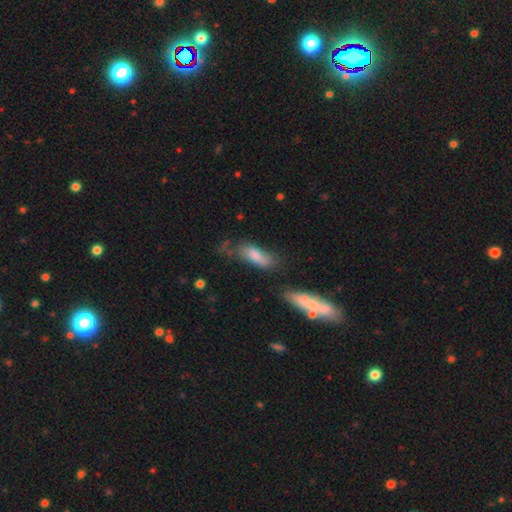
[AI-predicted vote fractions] smooth 76%, featured or disk 16%, star or artifact 7%. Down the decision tree: how rounded — in between (67%); merging — none (47%).